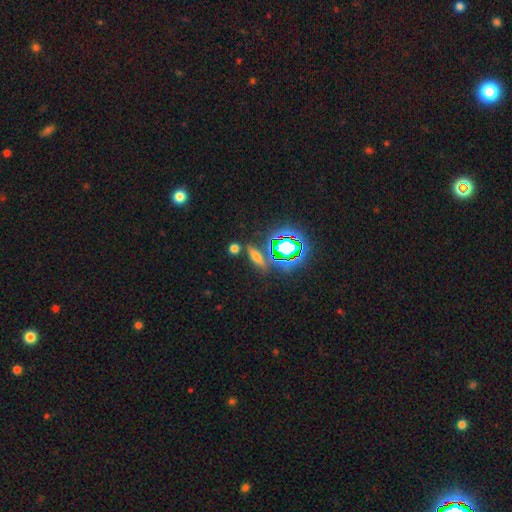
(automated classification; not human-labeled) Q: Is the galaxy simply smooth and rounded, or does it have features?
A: smooth — 44%.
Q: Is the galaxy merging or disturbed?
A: none — 77%.